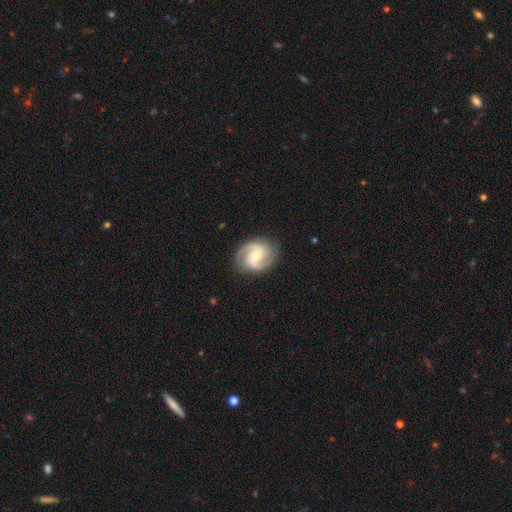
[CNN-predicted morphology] featured or disk 88%, smooth 8%, star or artifact 5%. Down the decision tree: edge-on disk — no (98%); bar — weak (45%); spiral arms — yes (98%); spiral arm count — 2 (83%); spiral winding — medium (56%); bulge size — small (55%); merging — none (84%).